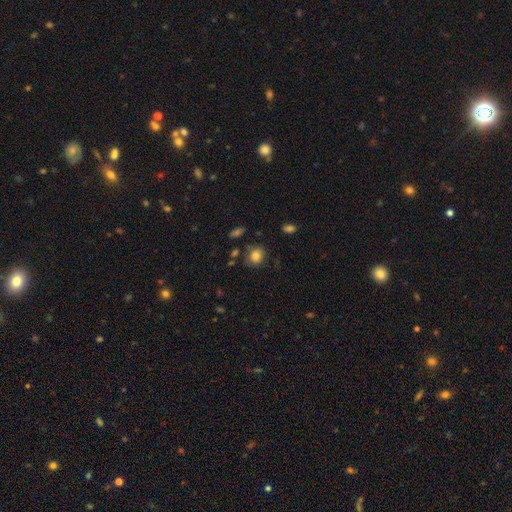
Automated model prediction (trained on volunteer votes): Morphology: type=smooth (81%); roundness=round (68%); merging=none (75%).